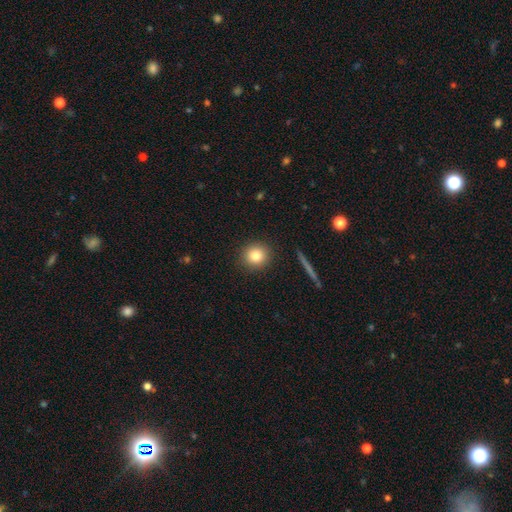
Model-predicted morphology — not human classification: A smooth galaxy with no disk features (82%) that is round (91%). Merging: none (90%).